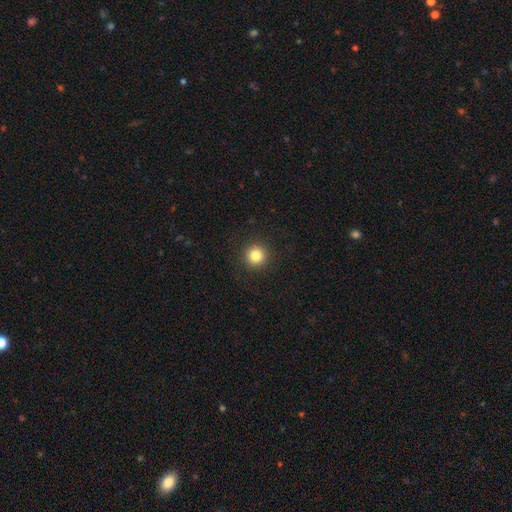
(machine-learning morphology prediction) smooth-or-featured: smooth: 83% | star or artifact: 12% | featured or disk: 6%
  how-rounded: round: 95% | in between: 4% | cigar-shaped: 1%
  merging: none: 92% | minor disturbance: 5% | major disturbance: 2% | merger: 1%